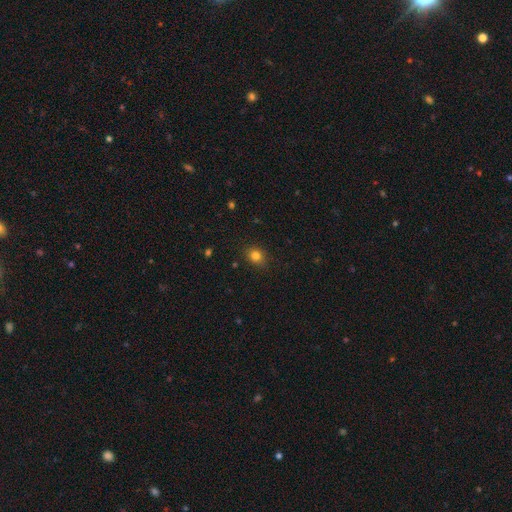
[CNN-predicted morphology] smooth-or-featured: smooth: 81% | star or artifact: 13% | featured or disk: 6%
  how-rounded: round: 62% | in between: 37% | cigar-shaped: 1%
  merging: none: 86% | minor disturbance: 10% | major disturbance: 3% | merger: 1%